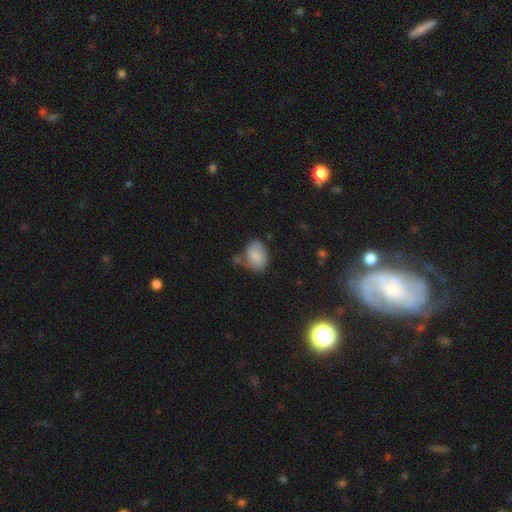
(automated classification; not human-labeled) smooth_or_featured: smooth (p=0.79) [alt: featured or disk p=0.13]
how_rounded: in between (p=0.76) [alt: round p=0.23]
merging: none (p=0.50) [alt: minor disturbance p=0.28]